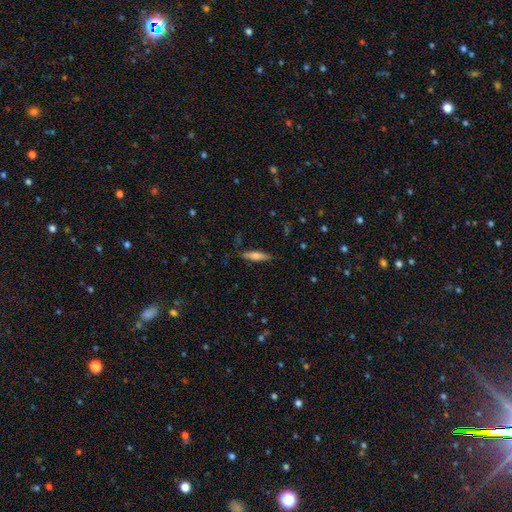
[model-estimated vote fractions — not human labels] This appears to be a smooth galaxy with no disk features (60%) that is cigar-shaped (71%). Merging: none (85%).